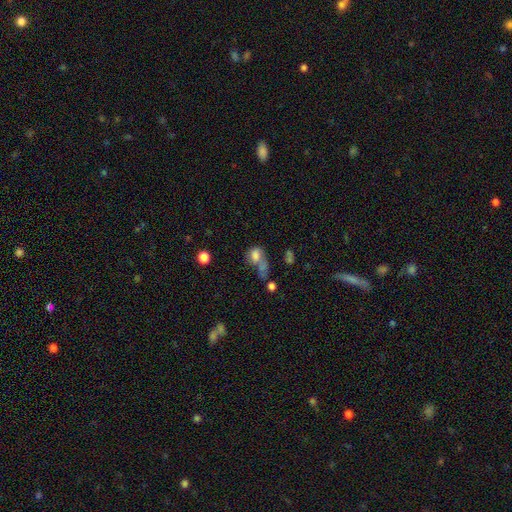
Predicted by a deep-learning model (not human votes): The model was most divided on "merging": merger: 40%, major disturbance: 24%, none: 21%, minor disturbance: 14%. More confident: smooth or featured — smooth (69%); how rounded — in between (62%).